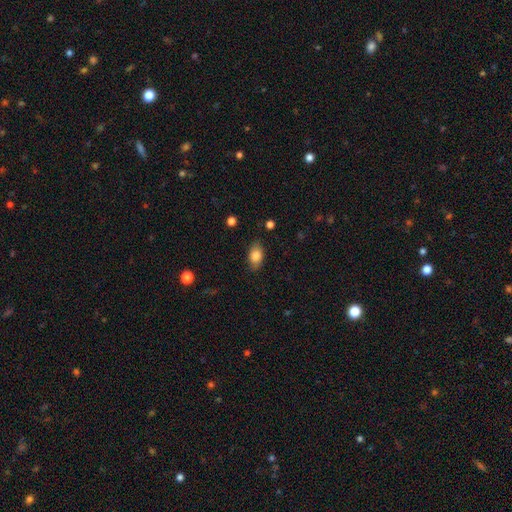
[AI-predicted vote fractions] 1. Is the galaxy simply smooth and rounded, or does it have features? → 82% smooth, 10% featured or disk, 8% star or artifact.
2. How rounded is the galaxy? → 87% in between, 11% round, 2% cigar-shaped.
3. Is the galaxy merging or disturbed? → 81% none, 15% minor disturbance, 3% major disturbance, 1% merger.